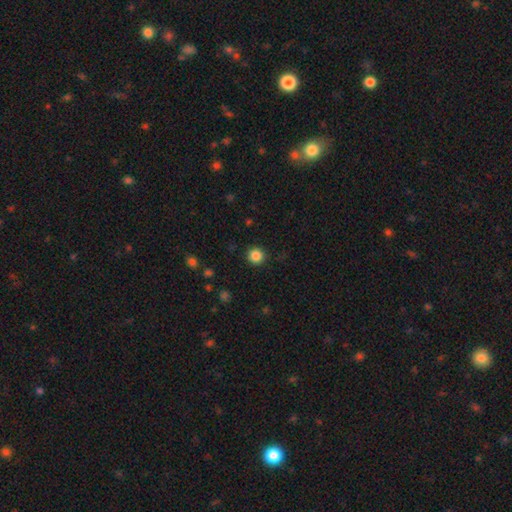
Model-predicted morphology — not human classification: smooth_or_featured: smooth (p=0.85) [alt: star or artifact p=0.11]
how_rounded: round (p=0.95) [alt: in between p=0.04]
merging: none (p=0.92) [alt: minor disturbance p=0.05]